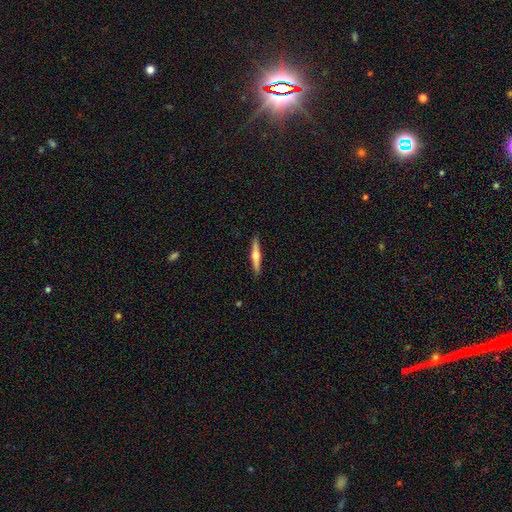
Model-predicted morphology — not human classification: Smooth or featured? Predicted: featured or disk (p=0.57). Edge-on disk? Predicted: yes (p=0.97). Edge-on bulge? Predicted: rounded (p=0.90). Merging? Predicted: none (p=0.91).